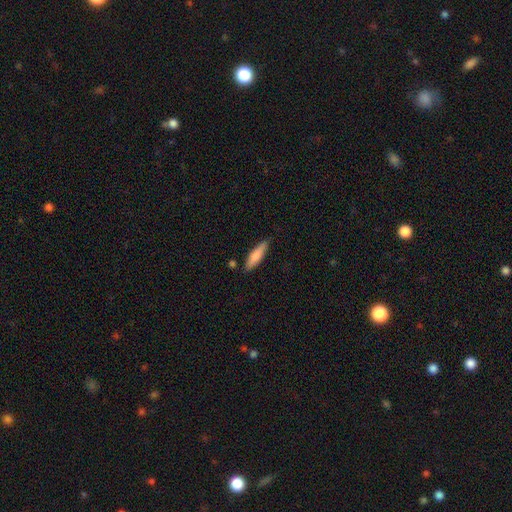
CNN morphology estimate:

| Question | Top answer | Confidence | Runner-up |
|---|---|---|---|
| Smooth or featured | smooth | 78% | featured or disk (17%) |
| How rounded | cigar-shaped | 73% | in between (25%) |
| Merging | none | 83% | minor disturbance (12%) |